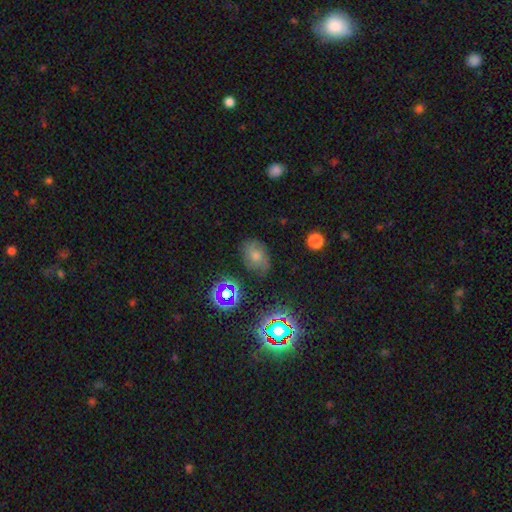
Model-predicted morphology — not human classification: A smooth galaxy with no disk features (46%).

Vote fractions:
- Smooth or featured? smooth: 46% / star or artifact: 29% / featured or disk: 25%
- Merging? none: 71% / minor disturbance: 19% / major disturbance: 7% / merger: 2%